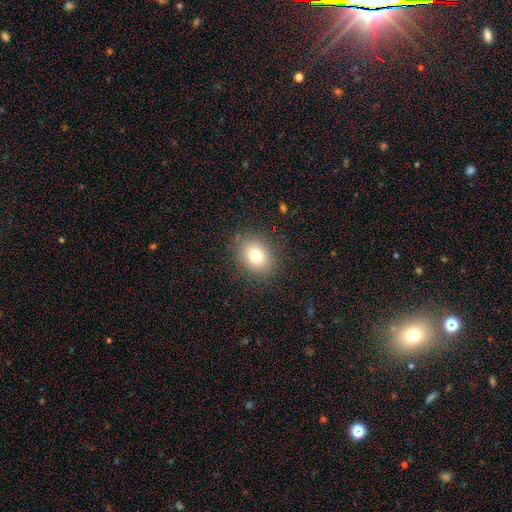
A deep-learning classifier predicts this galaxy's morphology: smooth-or-featured: smooth: 76% | star or artifact: 12% | featured or disk: 12%
  how-rounded: in between: 53% | round: 46% | cigar-shaped: 1%
  merging: none: 85% | minor disturbance: 10% | major disturbance: 4% | merger: 1%